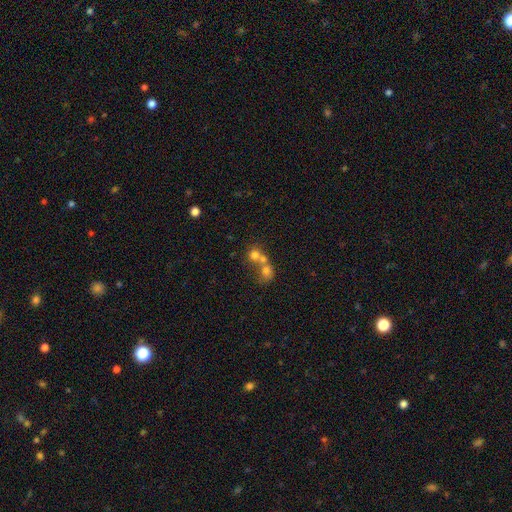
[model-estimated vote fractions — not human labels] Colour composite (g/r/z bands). It shows a smooth galaxy with no disk features (64%) that is round (78%). Merging: merger (64%).